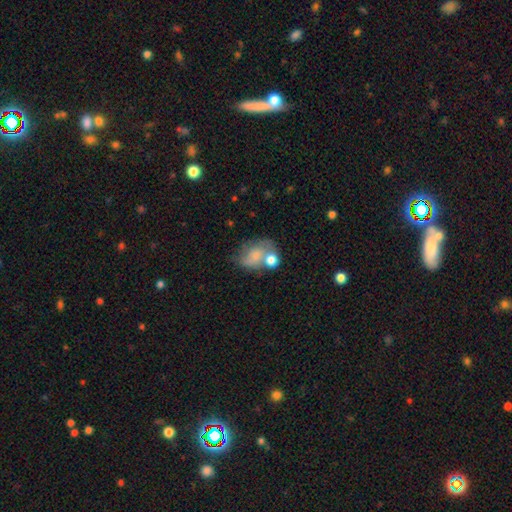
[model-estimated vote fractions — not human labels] A smooth galaxy with no disk features (58%) that is in between round and cigar-shaped (64%). Merging: merger (32%).